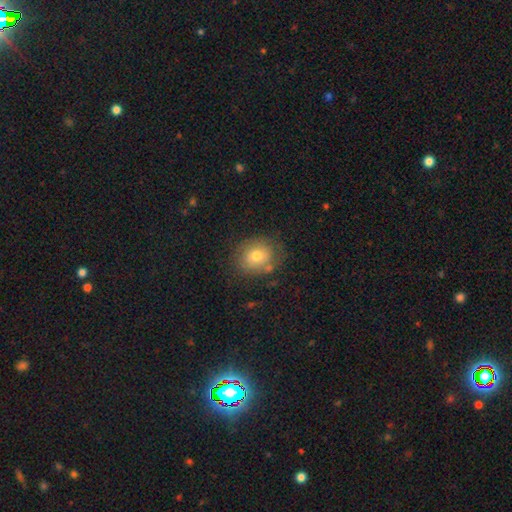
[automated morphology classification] Smooth or featured?
  - smooth: 65% *
  - featured or disk: 23%
  - star or artifact: 12%
How rounded?
  - round: 66% *
  - in between: 33%
  - cigar-shaped: 1%
Merging?
  - none: 73% *
  - minor disturbance: 17%
  - major disturbance: 6%
  - merger: 3%